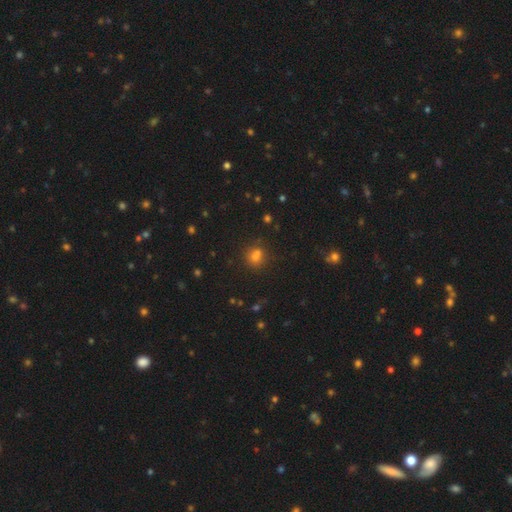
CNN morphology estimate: Smooth or featured? smooth (64%)
How rounded? round (71%)
Merging? none (55%)